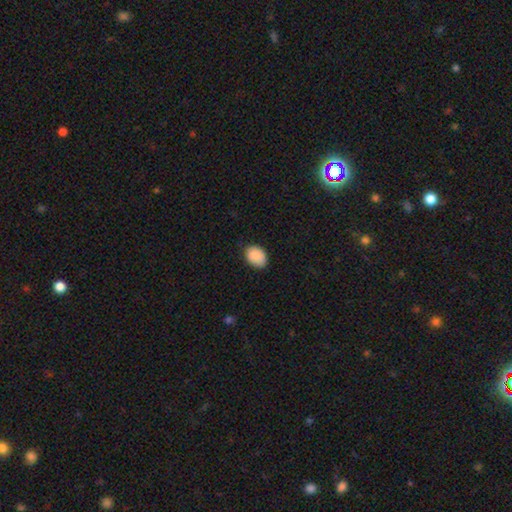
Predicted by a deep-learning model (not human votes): smooth_or_featured: smooth (p=0.89) [alt: star or artifact p=0.07]
how_rounded: in between (p=0.69) [alt: round p=0.30]
merging: none (p=0.76) [alt: minor disturbance p=0.20]